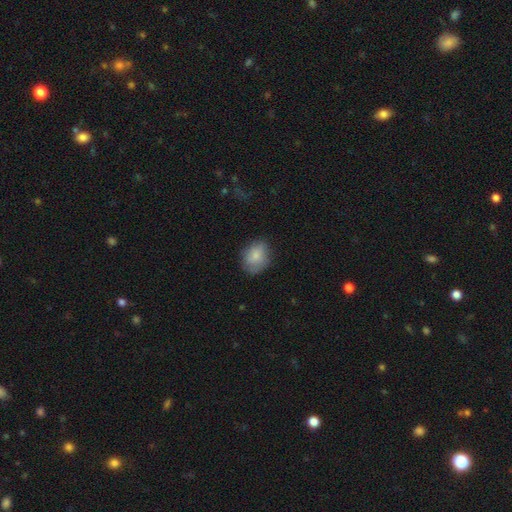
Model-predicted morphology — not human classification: The model was most divided on "how rounded": in between: 55%, round: 44%, cigar-shaped: 1%. More confident: smooth or featured — smooth (81%); merging — none (74%).